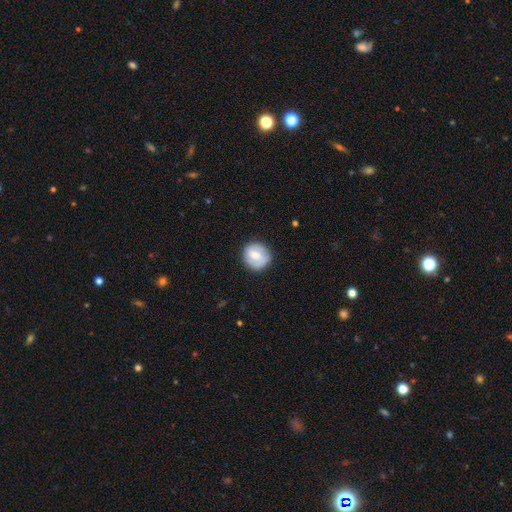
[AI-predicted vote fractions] Smooth or featured? smooth (66%)
How rounded? round (89%)
Merging? none (83%)